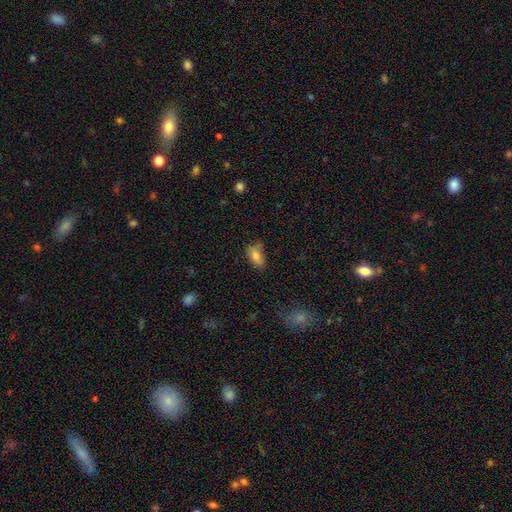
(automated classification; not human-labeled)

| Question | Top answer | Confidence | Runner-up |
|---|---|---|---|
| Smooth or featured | smooth | 81% | featured or disk (10%) |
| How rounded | in between | 89% | round (6%) |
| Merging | none | 66% | minor disturbance (25%) |